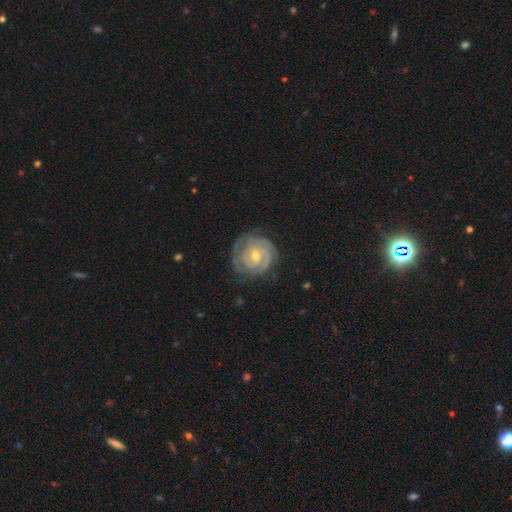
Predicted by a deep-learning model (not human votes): smooth_or_featured: featured or disk (p=0.85) [alt: smooth p=0.09]
disk_edge_on: no (p=0.98) [alt: yes p=0.02]
bar: no (p=0.66) [alt: weak p=0.27]
has_spiral_arms: yes (p=0.96) [alt: no p=0.04]
spiral_winding: tight (p=0.80) [alt: medium p=0.16]
spiral_arm_count: 2 (p=0.38) [alt: 3 p=0.23]
bulge_size: small (p=0.51) [alt: moderate p=0.46]
merging: none (p=0.77) [alt: minor disturbance p=0.16]